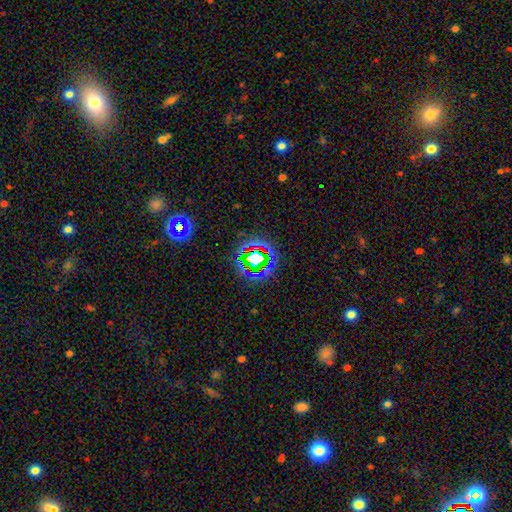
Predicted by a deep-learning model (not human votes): Q: Smooth or featured?
A: star or artifact (64%); runner-up: smooth (22%)